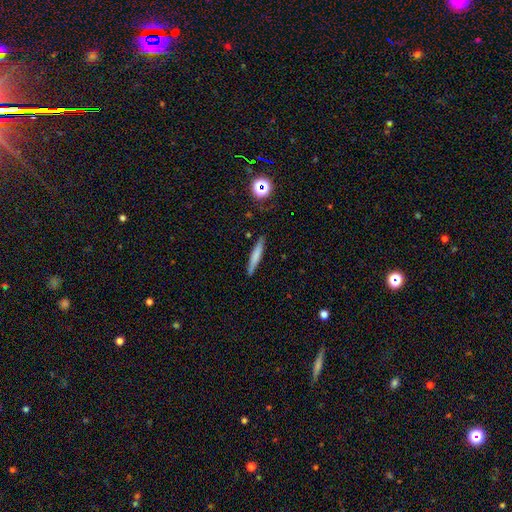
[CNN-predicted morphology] type=smooth (65%); roundness=cigar-shaped (93%); merging=none (85%).